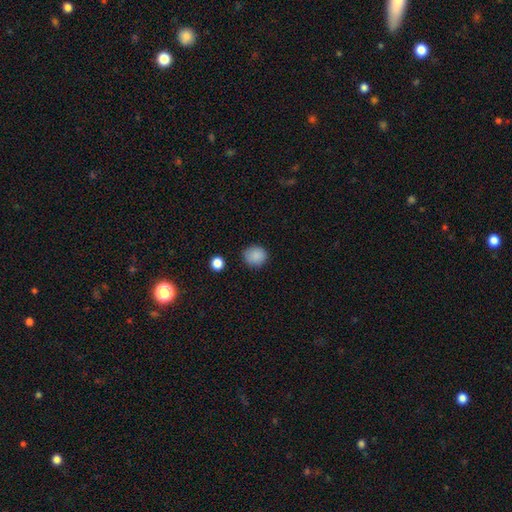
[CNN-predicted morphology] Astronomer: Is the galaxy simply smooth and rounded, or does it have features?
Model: smooth — 88%.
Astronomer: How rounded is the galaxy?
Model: round — 85%.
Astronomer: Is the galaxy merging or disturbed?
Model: none — 85%.